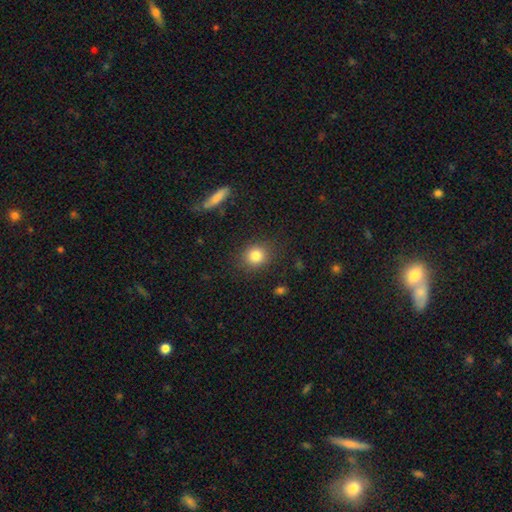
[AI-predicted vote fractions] A smooth galaxy with no disk features (83%) that is round (79%). Merging: none (85%).